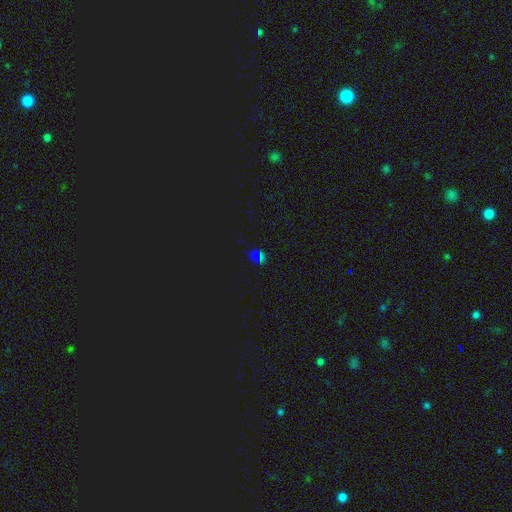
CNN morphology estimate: Overall: star or artifact (62%; smooth 31%).